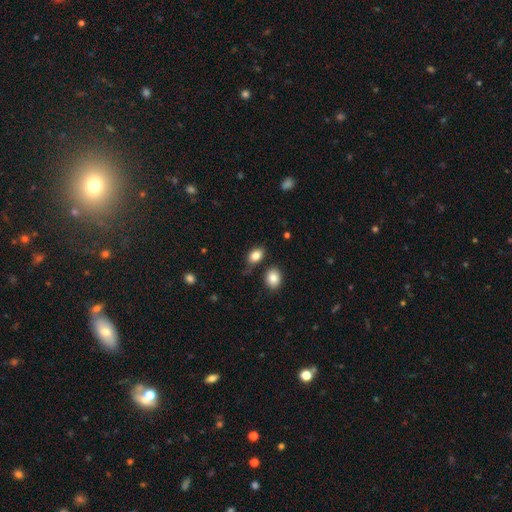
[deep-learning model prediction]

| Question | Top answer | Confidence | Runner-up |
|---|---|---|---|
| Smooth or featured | smooth | 85% | star or artifact (9%) |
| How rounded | in between | 82% | round (17%) |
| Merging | none | 71% | minor disturbance (16%) |